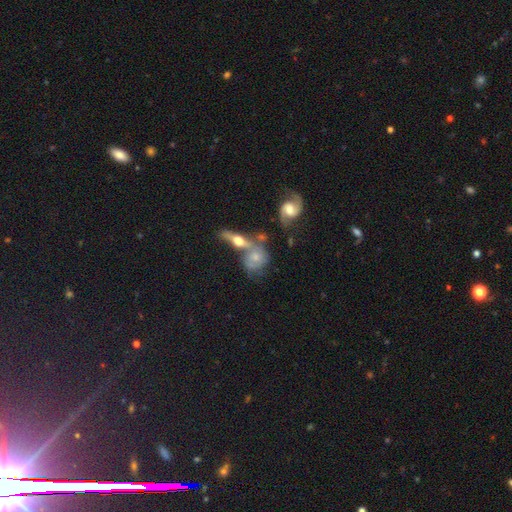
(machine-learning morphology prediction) This is likely a featured or disk galaxy (61%). It is likely not viewed edge-on (78%). Merging: marginally none (40%).